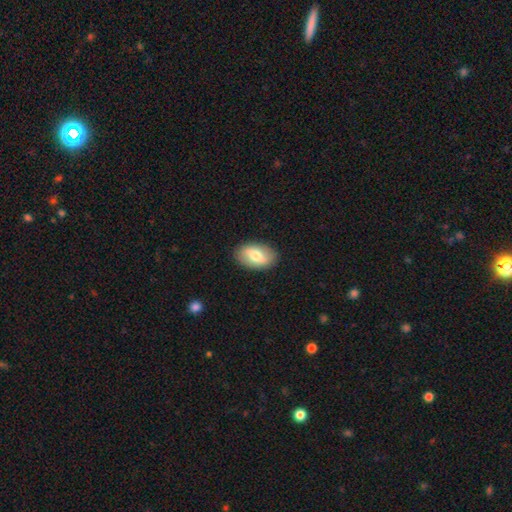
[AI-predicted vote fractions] Overall: smooth (69%). How rounded: in between (90%). Merging: none (88%).